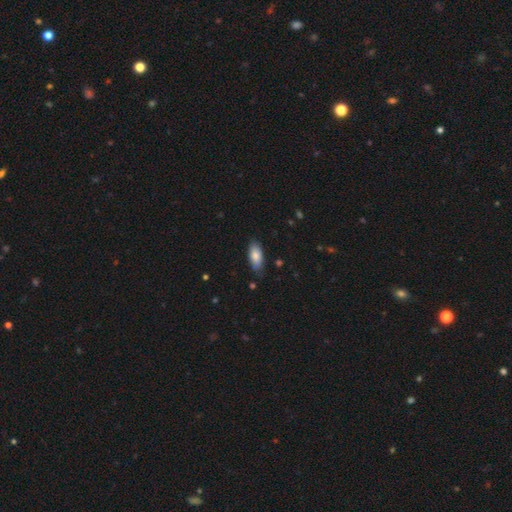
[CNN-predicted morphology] Smooth or featured: smooth — 81% (featured or disk — 12%)
How rounded: in between — 84% (cigar-shaped — 14%)
Merging: none — 78% (minor disturbance — 18%)